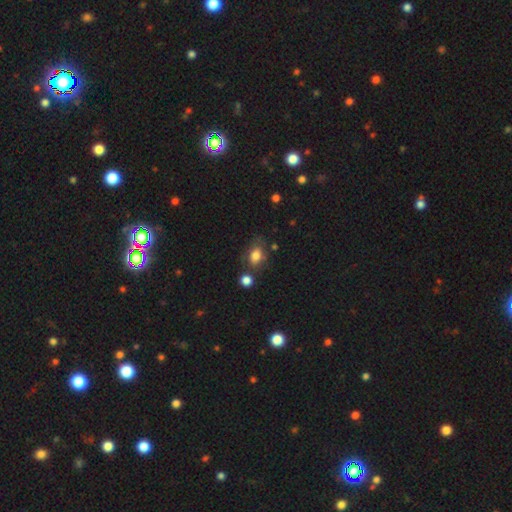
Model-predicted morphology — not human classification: smooth_or_featured: smooth (p=0.77) [alt: featured or disk p=0.13]
how_rounded: in between (p=0.73) [alt: round p=0.25]
merging: none (p=0.56) [alt: minor disturbance p=0.23]